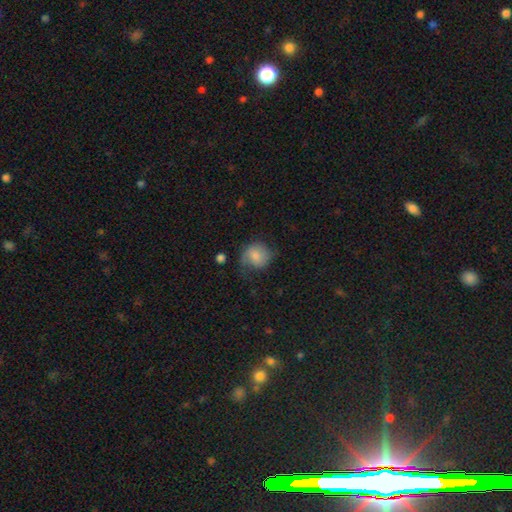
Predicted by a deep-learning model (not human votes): Smooth or featured? smooth (69%)
How rounded? round (74%)
Merging? none (49%)